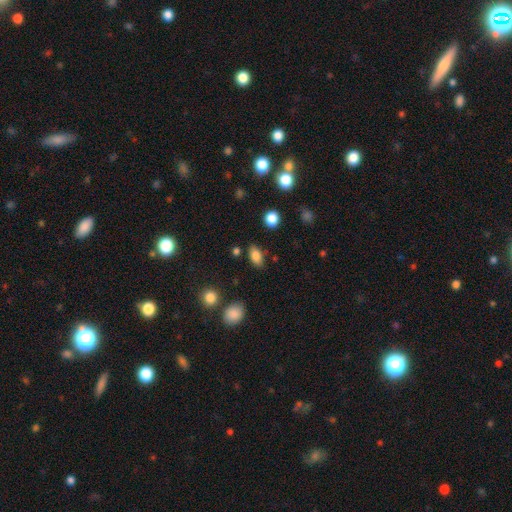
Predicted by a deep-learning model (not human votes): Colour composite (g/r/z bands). It shows a smooth galaxy with no disk features (84%) that is in between round and cigar-shaped (89%). Merging: none (82%).